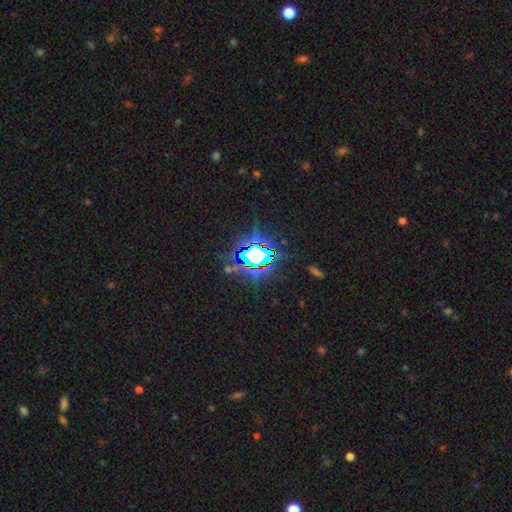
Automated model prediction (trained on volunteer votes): Overall: star or artifact (72%).